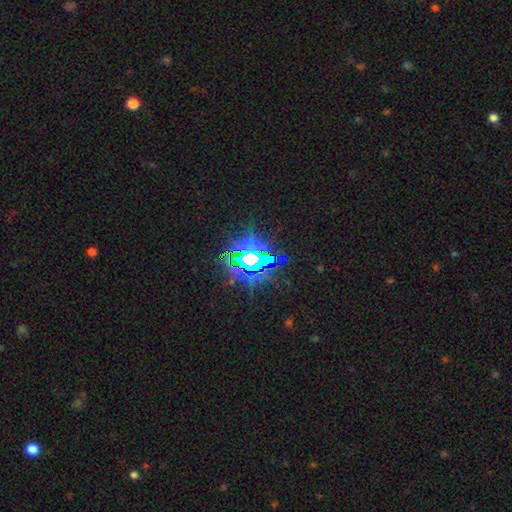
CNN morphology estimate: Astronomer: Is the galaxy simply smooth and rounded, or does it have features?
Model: star or artifact — 77%.